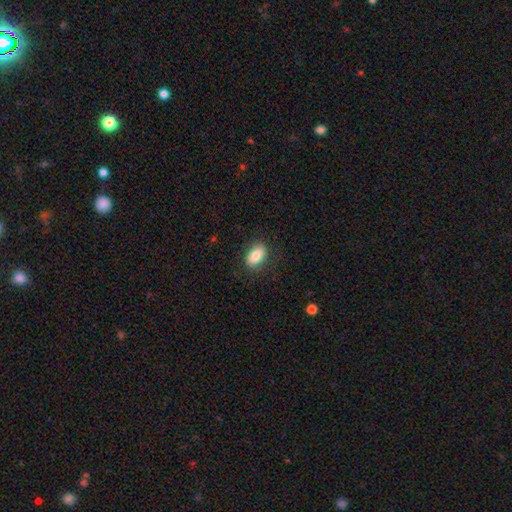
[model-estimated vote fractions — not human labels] A smooth galaxy with no disk features (84%) that is in between round and cigar-shaped (89%).

Vote fractions:
- Smooth or featured? smooth: 84% / featured or disk: 8% / star or artifact: 7%
- How rounded? in between: 89% / round: 9% / cigar-shaped: 2%
- Merging? none: 84% / minor disturbance: 12% / major disturbance: 4% / merger: 1%